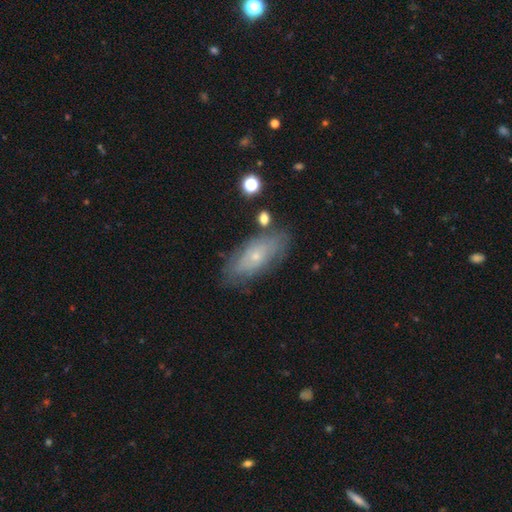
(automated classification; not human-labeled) smooth-or-featured: featured or disk: 49% | smooth: 43% | star or artifact: 8%
  merging: none: 71% | minor disturbance: 20% | major disturbance: 6% | merger: 3%